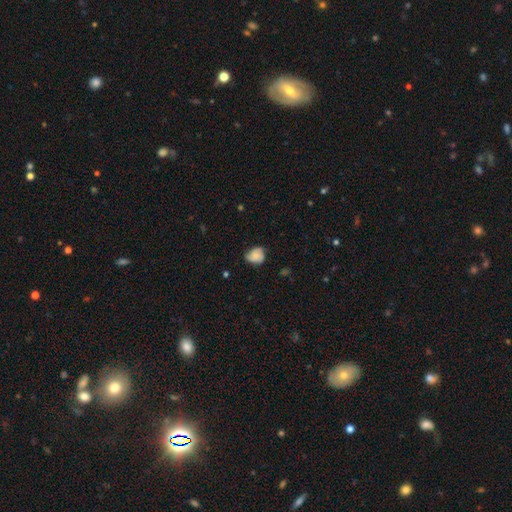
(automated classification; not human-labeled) This appears to be a smooth galaxy with no disk features (68%) that is round (57%). Merging: none (55%).